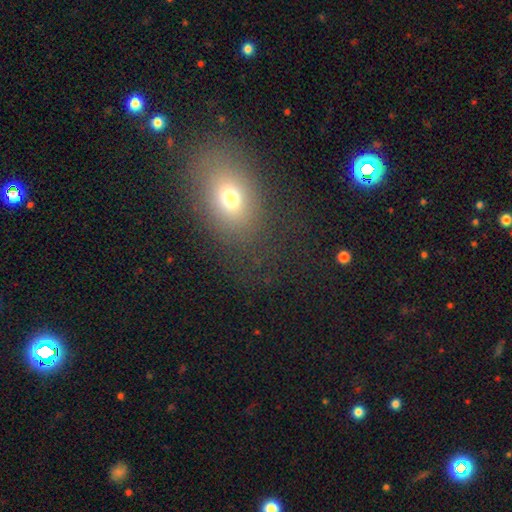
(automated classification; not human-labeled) This appears to be a smooth galaxy with no disk features (64%) that is in between round and cigar-shaped (74%). Merging: none (80%).